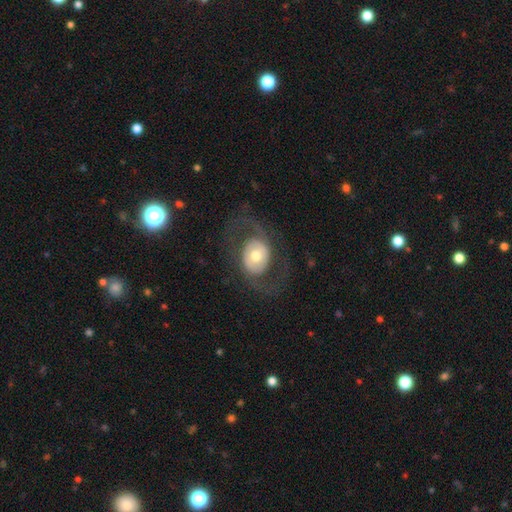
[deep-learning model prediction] Overall: featured or disk (65%; smooth 29%). Edge-on disk: no (94%). Bar: no (74%). Spiral arms: yes (54%; no 46%). Bulge size: moderate (69%). Merging: none (68%).